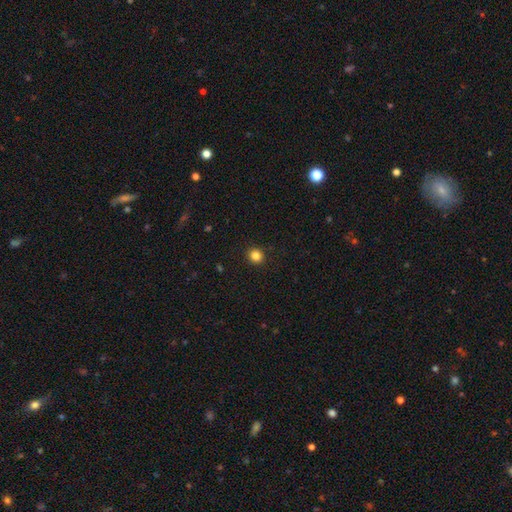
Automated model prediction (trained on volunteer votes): Smooth or featured? smooth (84%)
How rounded? round (90%)
Merging? none (92%)